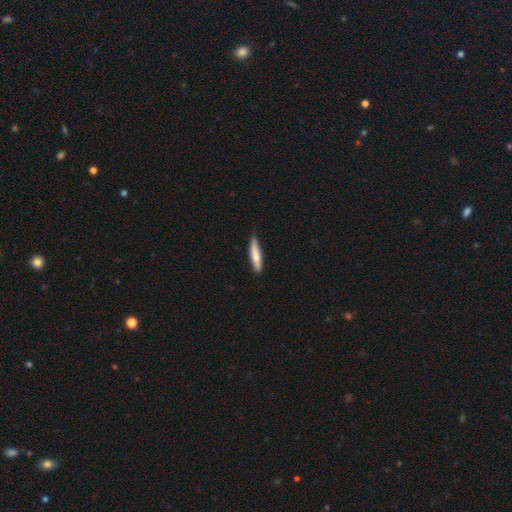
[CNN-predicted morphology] smooth 69%, featured or disk 26%, star or artifact 5%. Down the decision tree: how rounded — cigar-shaped (86%); merging — none (84%).